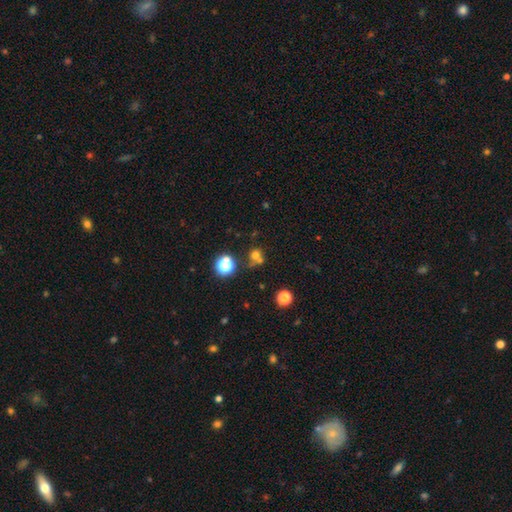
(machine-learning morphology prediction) The model was most divided on "merging": none: 51%, merger: 34%, minor disturbance: 10%, major disturbance: 6%. More confident: how rounded — round (85%); smooth or featured — smooth (65%).